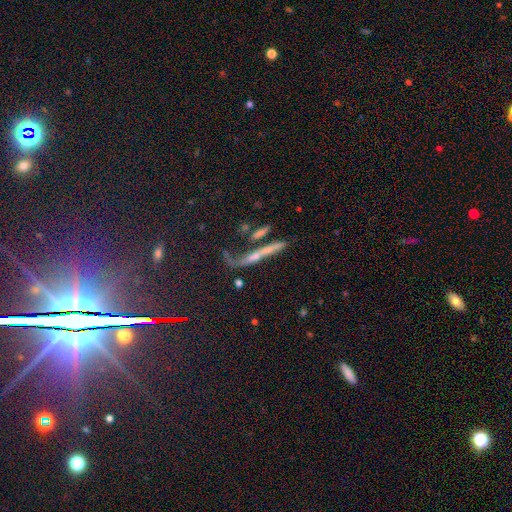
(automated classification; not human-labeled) Overall: featured or disk (53%; smooth 29%). Edge-on disk: yes (68%; no 32%). Merging: none (42%; merger 24%).